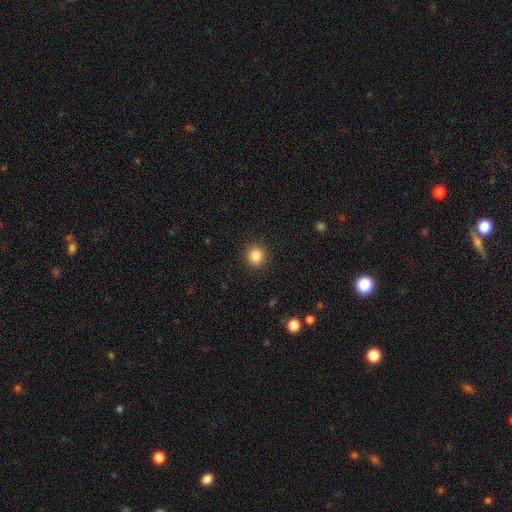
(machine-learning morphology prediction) A smooth galaxy with no disk features (85%) that is round (89%). Merging: none (91%).